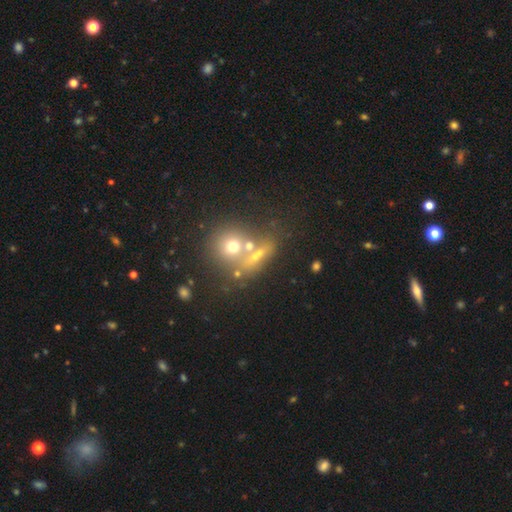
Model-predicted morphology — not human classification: Smooth or featured?
  - smooth: 47% *
  - featured or disk: 28%
  - star or artifact: 26%
Merging?
  - merger: 46% *
  - none: 39%
  - minor disturbance: 9%
  - major disturbance: 7%